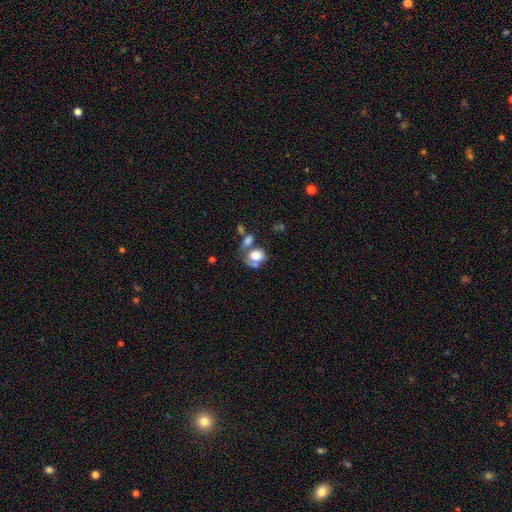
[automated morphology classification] Overall: smooth (72%). How rounded: in between (50%; round 48%). Merging: merger (40%; none 33%).